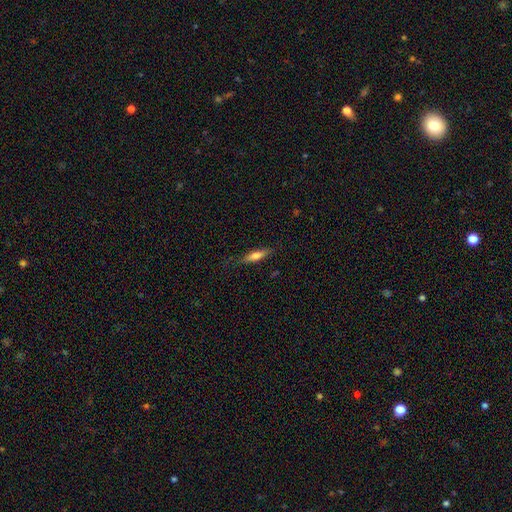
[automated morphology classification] smooth-or-featured: smooth: 64% | featured or disk: 29% | star or artifact: 6%
  how-rounded: cigar-shaped: 72% | in between: 26% | round: 2%
  merging: none: 80% | minor disturbance: 15% | major disturbance: 4% | merger: 1%